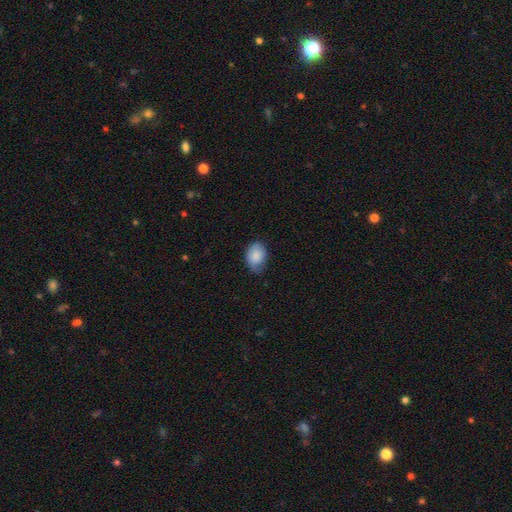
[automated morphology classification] A smooth galaxy with no disk features (82%) that is in between round and cigar-shaped (72%).

Vote fractions:
- Smooth or featured? smooth: 82% / featured or disk: 11% / star or artifact: 7%
- How rounded? in between: 72% / round: 27% / cigar-shaped: 1%
- Merging? none: 56% / minor disturbance: 35% / major disturbance: 8% / merger: 1%